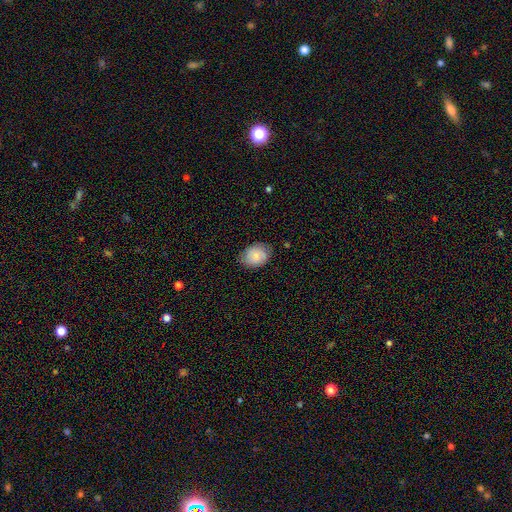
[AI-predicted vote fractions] Smooth or featured? Predicted: smooth (p=0.76). How rounded? Predicted: in between (p=0.62). Merging? Predicted: none (p=0.77).